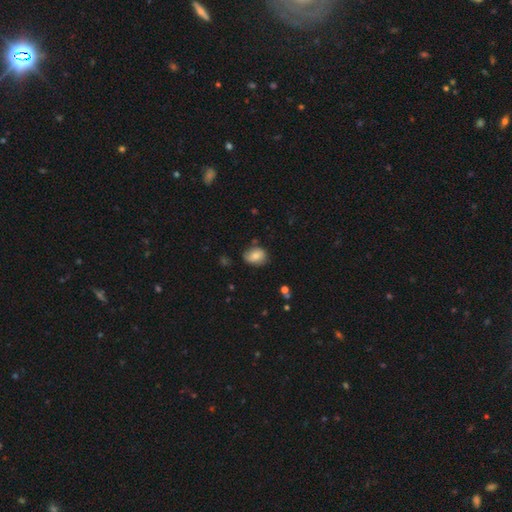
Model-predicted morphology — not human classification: smooth_or_featured: smooth (p=0.78) [alt: featured or disk p=0.13]
how_rounded: in between (p=0.62) [alt: round p=0.37]
merging: none (p=0.72) [alt: minor disturbance p=0.21]